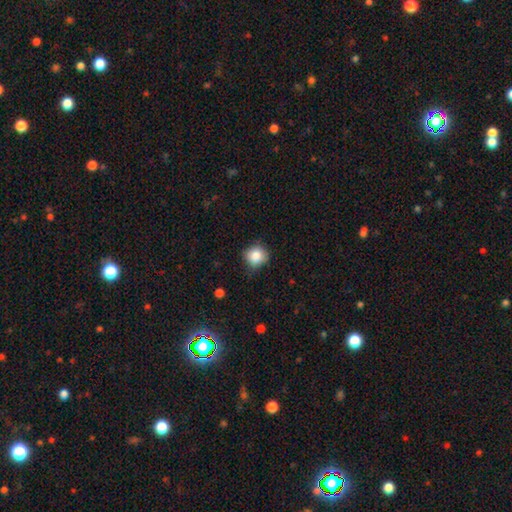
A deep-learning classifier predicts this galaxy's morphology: Q: Smooth or featured?
A: smooth (84%); runner-up: star or artifact (10%)
Q: How rounded?
A: round (87%); runner-up: in between (12%)
Q: Merging?
A: none (77%); runner-up: minor disturbance (18%)